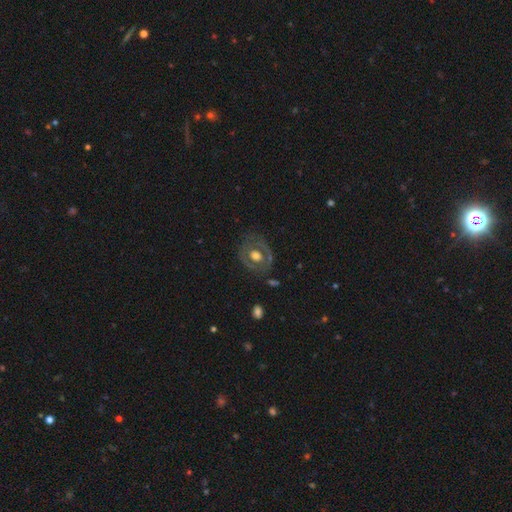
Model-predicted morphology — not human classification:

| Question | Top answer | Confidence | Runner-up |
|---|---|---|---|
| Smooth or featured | featured or disk | 58% | smooth (35%) |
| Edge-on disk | no | 95% | yes (5%) |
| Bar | no | 79% | weak (16%) |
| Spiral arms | no | 73% | yes (27%) |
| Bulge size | moderate | 51% | large (39%) |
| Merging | none | 73% | minor disturbance (17%) |